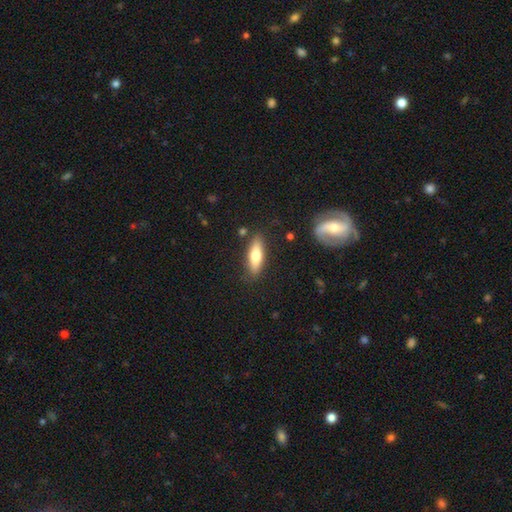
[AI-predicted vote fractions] smooth 66%, featured or disk 27%, star or artifact 6%. Down the decision tree: how rounded — in between (51%); merging — none (84%).